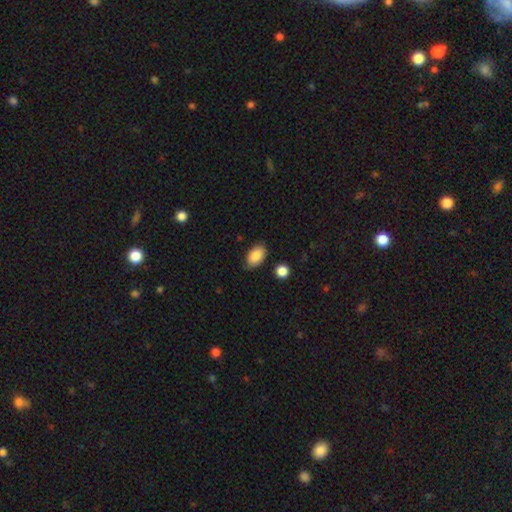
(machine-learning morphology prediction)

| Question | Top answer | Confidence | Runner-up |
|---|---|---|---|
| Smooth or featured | smooth | 87% | star or artifact (7%) |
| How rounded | in between | 91% | round (7%) |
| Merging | none | 78% | minor disturbance (17%) |